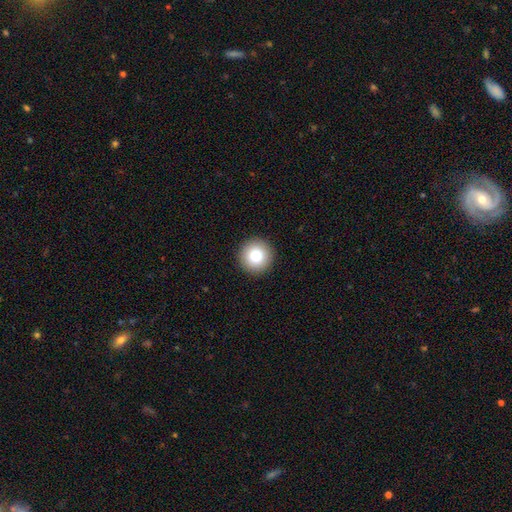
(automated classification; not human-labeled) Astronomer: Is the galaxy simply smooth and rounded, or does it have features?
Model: smooth — 82%.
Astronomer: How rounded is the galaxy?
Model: round — 95%.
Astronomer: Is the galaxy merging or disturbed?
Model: none — 93%.